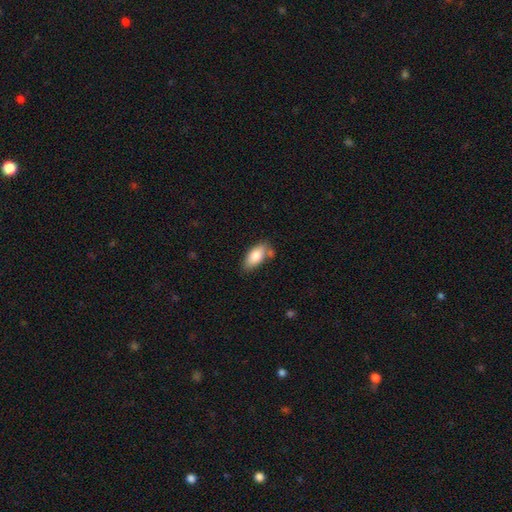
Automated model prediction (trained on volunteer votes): smooth-or-featured: smooth: 82% | featured or disk: 12% | star or artifact: 7%
  how-rounded: in between: 89% | cigar-shaped: 8% | round: 3%
  merging: none: 65% | minor disturbance: 21% | merger: 9% | major disturbance: 5%